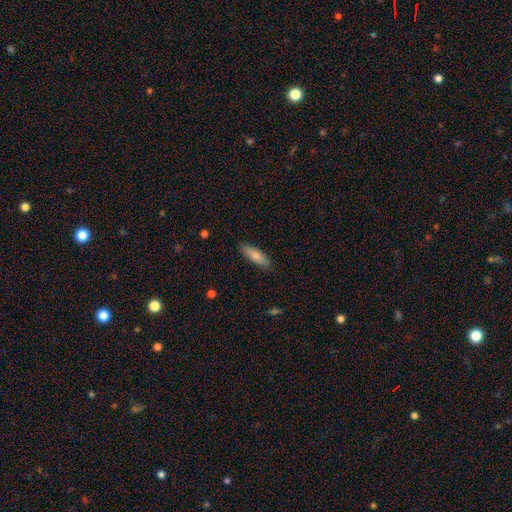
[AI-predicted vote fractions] smooth 80%, featured or disk 14%, star or artifact 6%. Down the decision tree: how rounded — cigar-shaped (51%); merging — none (86%).